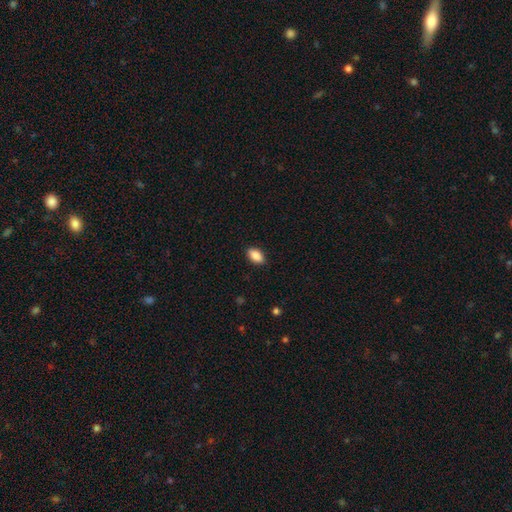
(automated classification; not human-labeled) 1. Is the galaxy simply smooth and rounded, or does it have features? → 89% smooth, 7% star or artifact, 4% featured or disk.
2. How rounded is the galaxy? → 92% in between, 5% round, 3% cigar-shaped.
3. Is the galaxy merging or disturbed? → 89% none, 9% minor disturbance, 2% major disturbance, 1% merger.